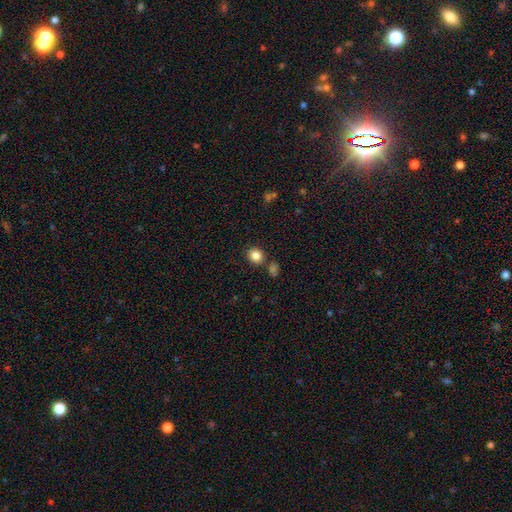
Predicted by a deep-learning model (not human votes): Smooth or featured? Predicted: smooth (p=0.85). How rounded? Predicted: round (p=0.74). Merging? Predicted: none (p=0.80).